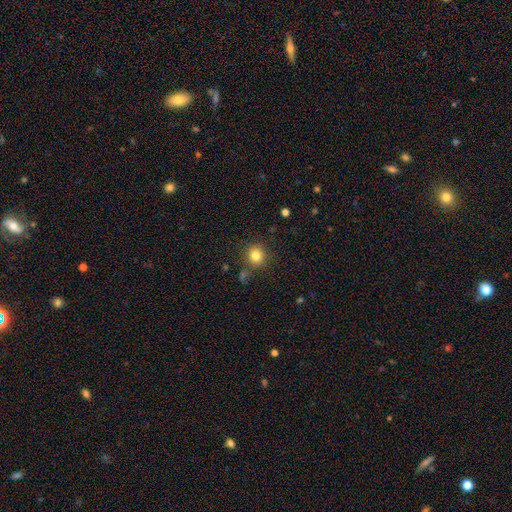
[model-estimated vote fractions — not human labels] smooth_or_featured: smooth (p=0.82) [alt: star or artifact p=0.12]
how_rounded: round (p=0.90) [alt: in between p=0.09]
merging: none (p=0.82) [alt: minor disturbance p=0.09]